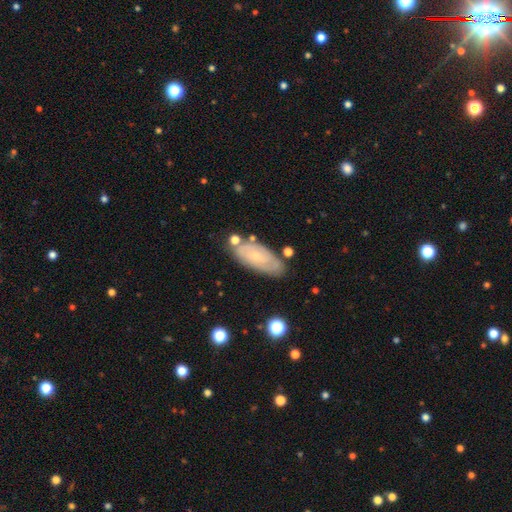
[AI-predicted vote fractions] A featured or disk galaxy (54%).

Vote fractions:
- Smooth or featured? featured or disk: 54% / smooth: 39% / star or artifact: 7%
- Edge-on disk? no: 89% / yes: 11%
- Merging? none: 70% / minor disturbance: 19% / merger: 6% / major disturbance: 5%